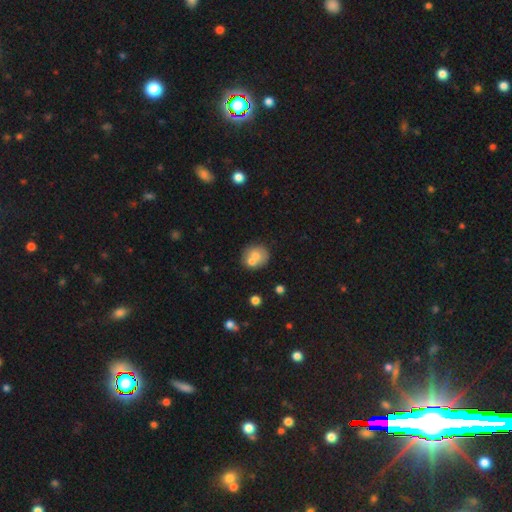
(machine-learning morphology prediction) This is likely a smooth galaxy (67%). How rounded: clearly round (80%). Merging: possibly none (49%).